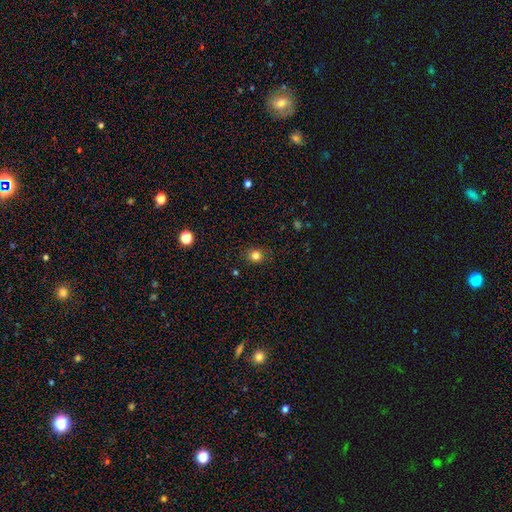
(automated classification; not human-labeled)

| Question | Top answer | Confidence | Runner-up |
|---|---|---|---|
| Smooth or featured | smooth | 81% | star or artifact (13%) |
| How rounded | round | 81% | in between (18%) |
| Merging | none | 87% | minor disturbance (9%) |